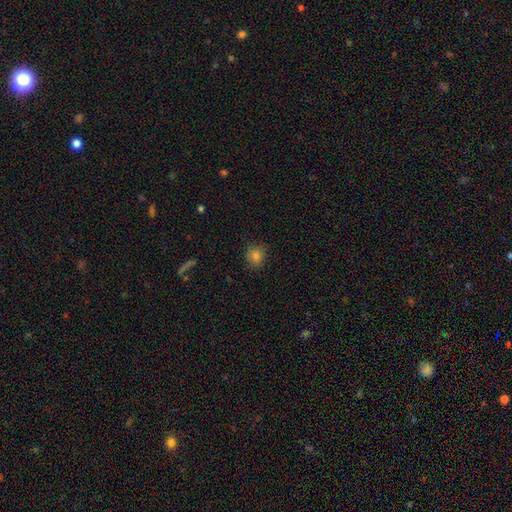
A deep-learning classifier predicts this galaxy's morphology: Smooth or featured? Predicted: smooth (p=0.80). How rounded? Predicted: round (p=0.81). Merging? Predicted: none (p=0.85).